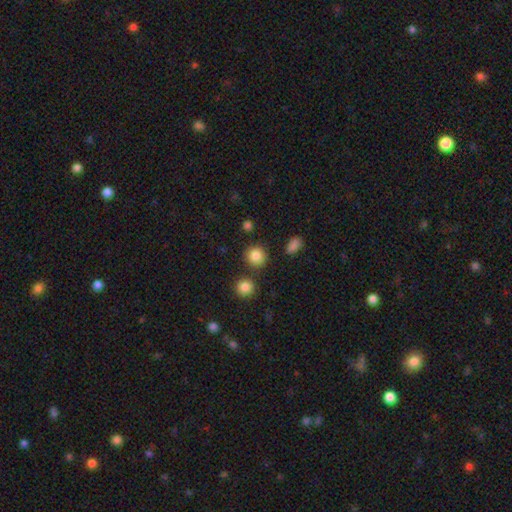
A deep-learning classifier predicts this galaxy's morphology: The model was most divided on "smooth or featured": smooth: 85%, star or artifact: 11%, featured or disk: 5%. More confident: how rounded — round (91%); merging — none (84%).